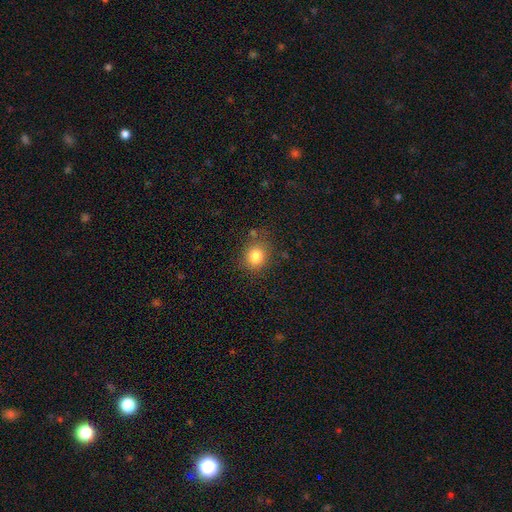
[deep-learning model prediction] Smooth or featured? Predicted: smooth (p=0.83). How rounded? Predicted: round (p=0.69). Merging? Predicted: none (p=0.77).